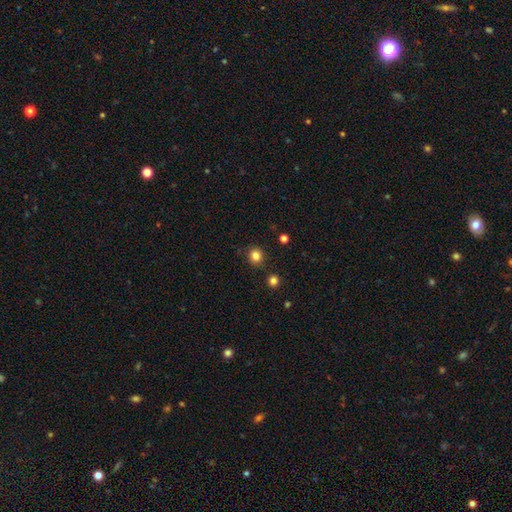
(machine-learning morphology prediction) Smooth or featured? smooth (83%)
How rounded? round (88%)
Merging? none (87%)